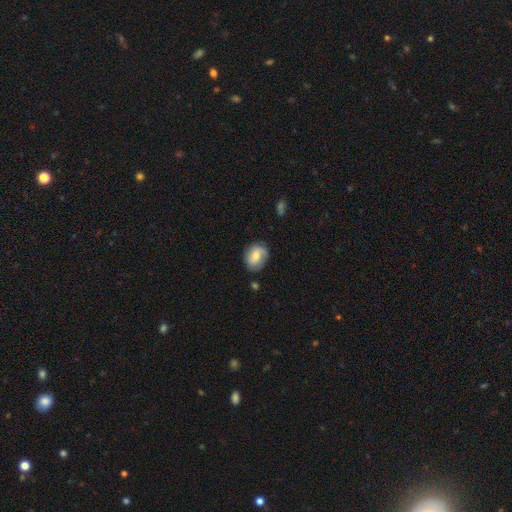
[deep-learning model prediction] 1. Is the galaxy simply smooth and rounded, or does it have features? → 52% smooth, 40% featured or disk, 8% star or artifact.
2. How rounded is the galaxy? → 50% in between, 49% round, 1% cigar-shaped.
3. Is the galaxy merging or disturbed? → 77% none, 17% minor disturbance, 4% major disturbance, 2% merger.